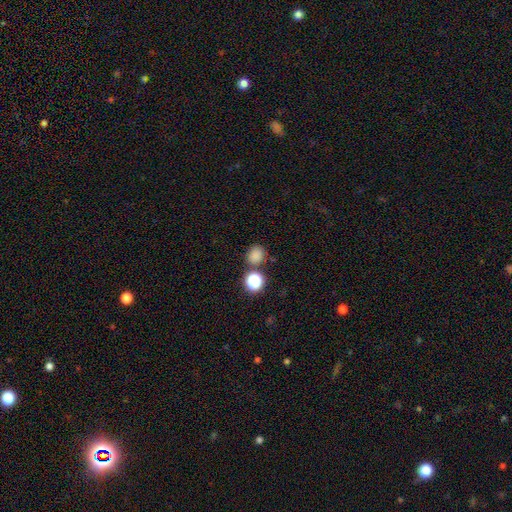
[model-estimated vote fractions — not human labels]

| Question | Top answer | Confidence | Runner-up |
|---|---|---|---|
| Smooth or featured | smooth | 79% | star or artifact (17%) |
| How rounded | round | 73% | in between (26%) |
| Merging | none | 74% | merger (13%) |